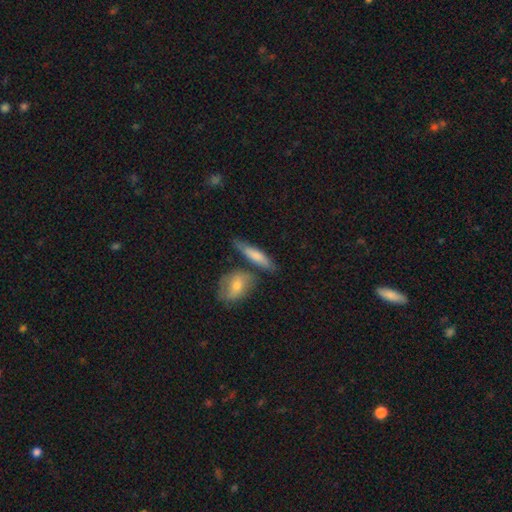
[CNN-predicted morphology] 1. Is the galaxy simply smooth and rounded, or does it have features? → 72% smooth, 23% featured or disk, 6% star or artifact.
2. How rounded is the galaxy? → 67% cigar-shaped, 30% in between, 3% round.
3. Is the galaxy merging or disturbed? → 62% none, 17% minor disturbance, 16% merger, 5% major disturbance.